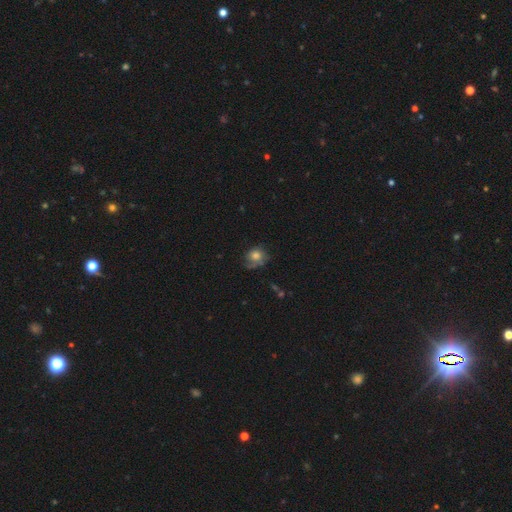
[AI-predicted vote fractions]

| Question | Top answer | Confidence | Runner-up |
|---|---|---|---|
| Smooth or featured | smooth | 65% | featured or disk (24%) |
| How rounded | round | 66% | in between (33%) |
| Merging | none | 51% | minor disturbance (27%) |